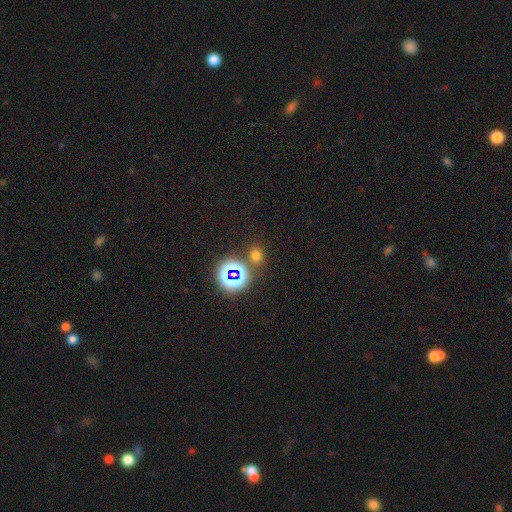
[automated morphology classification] This appears to be a smooth galaxy with no disk features (62%) that is round (78%). Merging: none (79%).